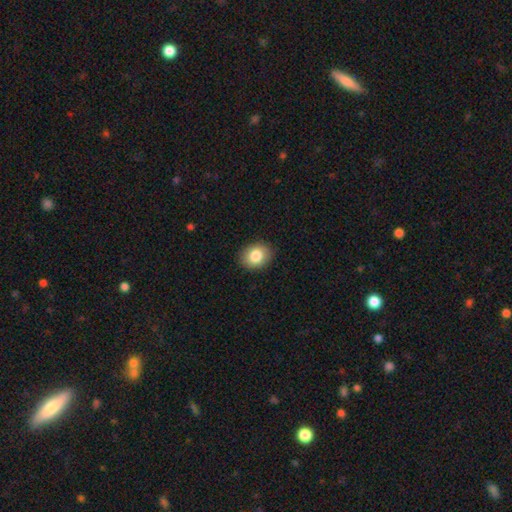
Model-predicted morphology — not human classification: This appears to be a smooth galaxy with no disk features (84%) that is in between round and cigar-shaped (54%). Merging: none (89%).